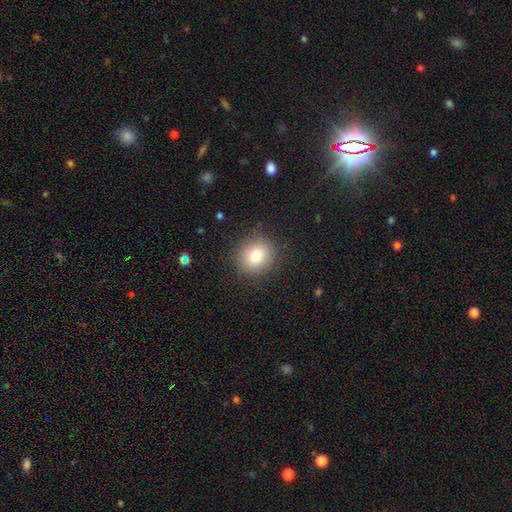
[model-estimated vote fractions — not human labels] A smooth galaxy with no disk features (80%) that is round (85%).

Vote fractions:
- Smooth or featured? smooth: 80% / star or artifact: 11% / featured or disk: 9%
- How rounded? round: 85% / in between: 14% / cigar-shaped: 1%
- Merging? none: 88% / minor disturbance: 8% / major disturbance: 3% / merger: 1%